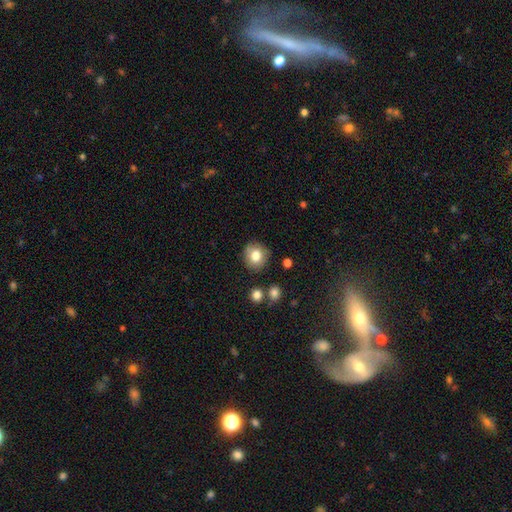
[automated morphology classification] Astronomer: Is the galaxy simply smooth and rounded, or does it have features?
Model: smooth — 79%.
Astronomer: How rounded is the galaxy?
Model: round — 84%.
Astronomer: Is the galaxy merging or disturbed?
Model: none — 83%.